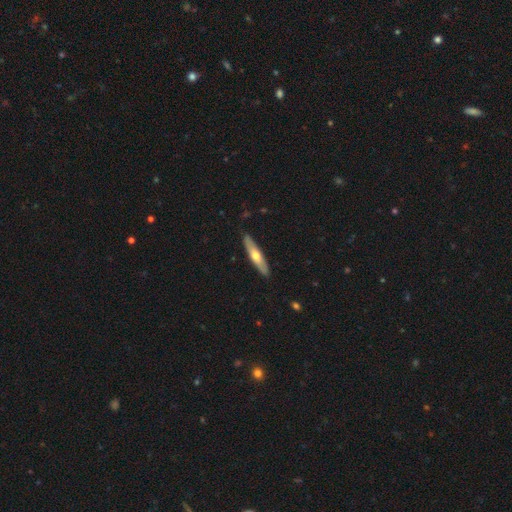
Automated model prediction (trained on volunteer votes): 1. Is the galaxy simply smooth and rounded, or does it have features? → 49% smooth, 46% featured or disk, 5% star or artifact.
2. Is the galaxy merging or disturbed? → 89% none, 9% minor disturbance, 2% major disturbance, 1% merger.